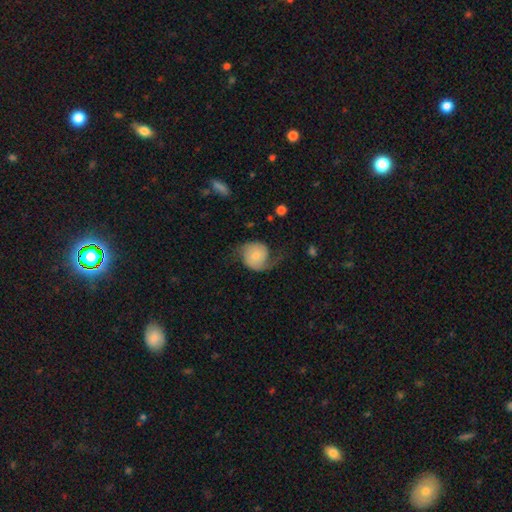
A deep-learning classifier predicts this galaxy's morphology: type=featured or disk (62%); edge-on=no (97%); bar=no (70%); spiral arms=yes (91%); winding=loose (50%); arm count=2 (74%); bulge=small (56%); merging=none (54%).